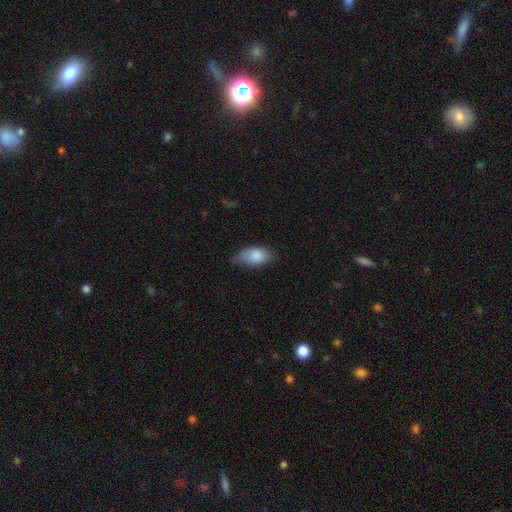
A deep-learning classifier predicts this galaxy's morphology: The model was most divided on "merging": none: 54%, minor disturbance: 36%, major disturbance: 8%, merger: 2%. More confident: how rounded — in between (91%); smooth or featured — smooth (84%).